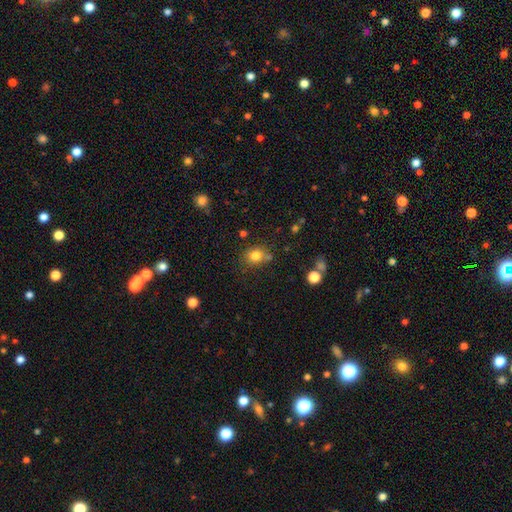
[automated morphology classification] Q: Smooth or featured?
A: smooth (80%); runner-up: star or artifact (12%)
Q: How rounded?
A: round (64%); runner-up: in between (35%)
Q: Merging?
A: none (68%); runner-up: minor disturbance (17%)